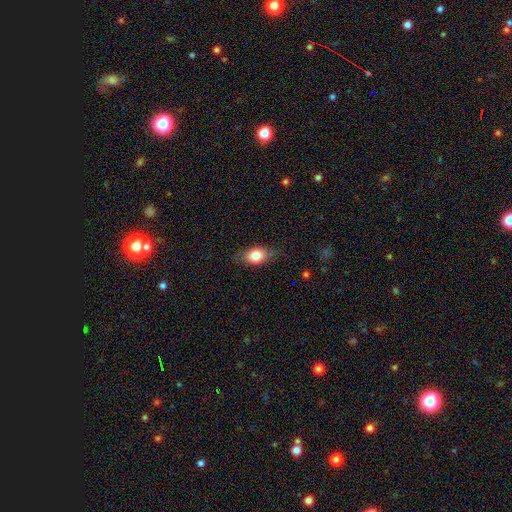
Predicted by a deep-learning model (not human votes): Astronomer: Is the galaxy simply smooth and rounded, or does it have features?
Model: smooth — 80%.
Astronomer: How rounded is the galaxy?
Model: in between — 80%.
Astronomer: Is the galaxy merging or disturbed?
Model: none — 75%.